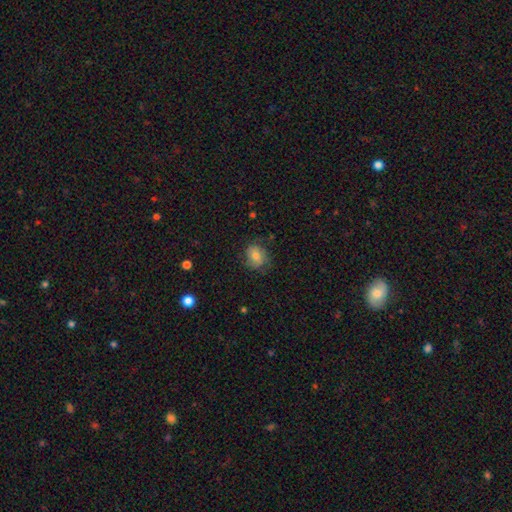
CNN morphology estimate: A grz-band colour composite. It shows a smooth galaxy with no disk features (63%) that is round (58%). Merging: none (71%).